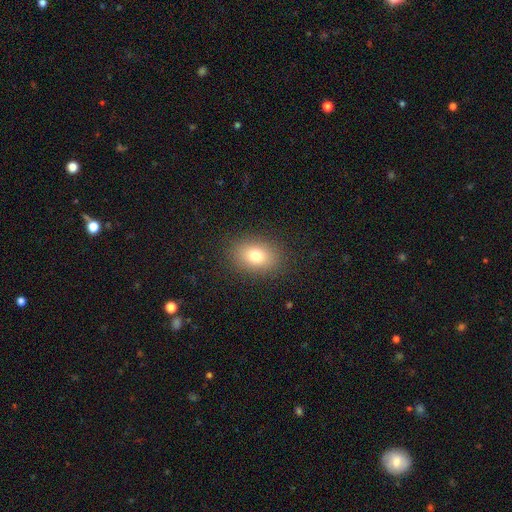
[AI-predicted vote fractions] A smooth galaxy with no disk features (79%) that is in between round and cigar-shaped (74%). Merging: none (87%).